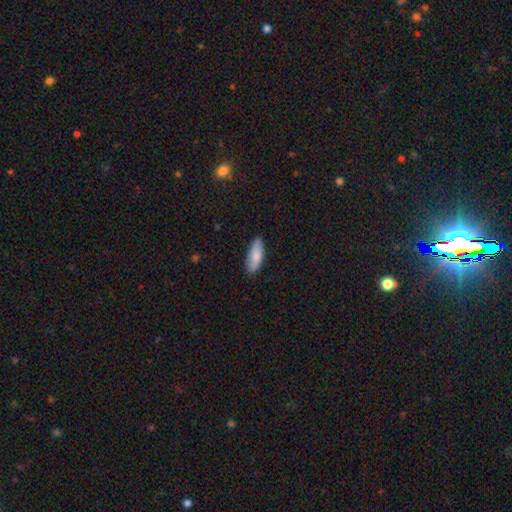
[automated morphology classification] This appears to be a smooth galaxy with no disk features (81%) that is in between round and cigar-shaped (71%). Merging: none (84%).